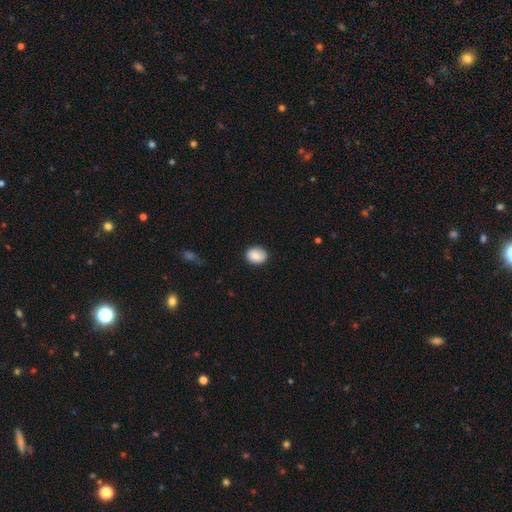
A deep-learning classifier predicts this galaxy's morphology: type=smooth (88%); roundness=in between (53%); merging=none (86%).